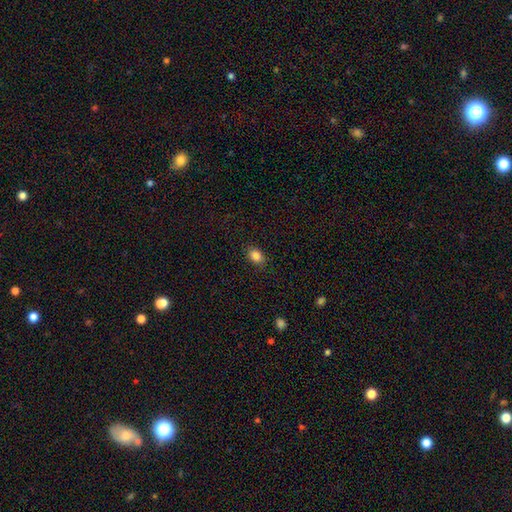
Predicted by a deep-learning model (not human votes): smooth 85%, star or artifact 10%, featured or disk 5%. Down the decision tree: how rounded — in between (71%); merging — none (87%).